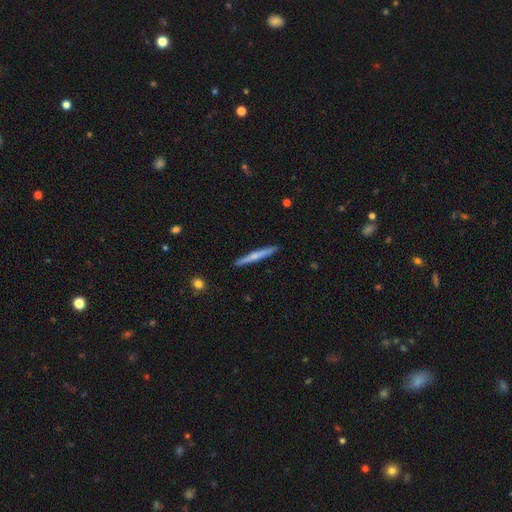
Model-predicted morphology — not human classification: This is possibly a featured or disk galaxy (48%). Merging: clearly none (90%).